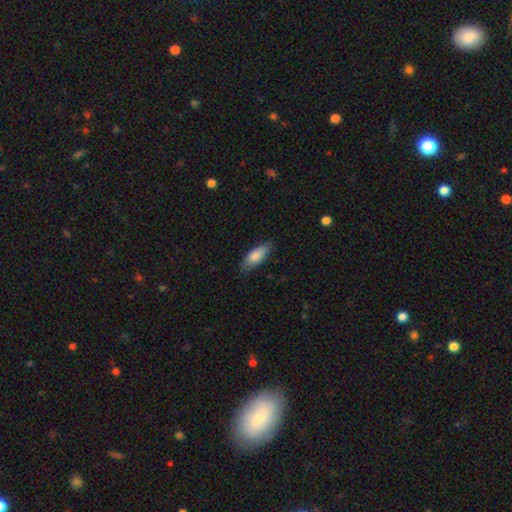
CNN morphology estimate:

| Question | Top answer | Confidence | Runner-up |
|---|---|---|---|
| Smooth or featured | smooth | 80% | featured or disk (14%) |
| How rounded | in between | 71% | cigar-shaped (27%) |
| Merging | none | 78% | minor disturbance (18%) |